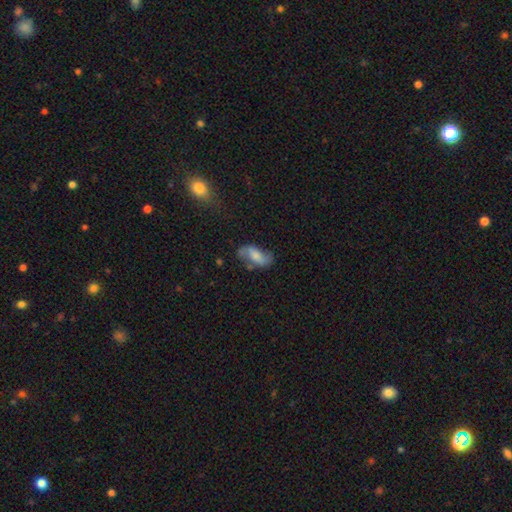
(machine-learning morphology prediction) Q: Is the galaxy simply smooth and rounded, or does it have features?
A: featured or disk — 48%.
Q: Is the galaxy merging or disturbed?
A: none — 56%.